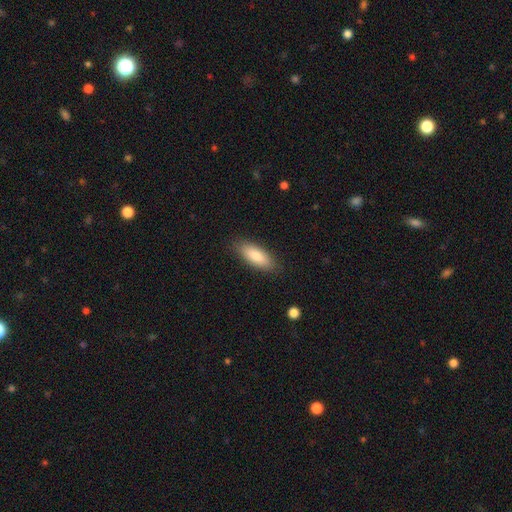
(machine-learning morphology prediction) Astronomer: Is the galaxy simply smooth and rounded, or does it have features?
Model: smooth — 82%.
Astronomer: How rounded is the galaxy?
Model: in between — 71%.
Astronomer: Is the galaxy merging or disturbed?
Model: none — 87%.